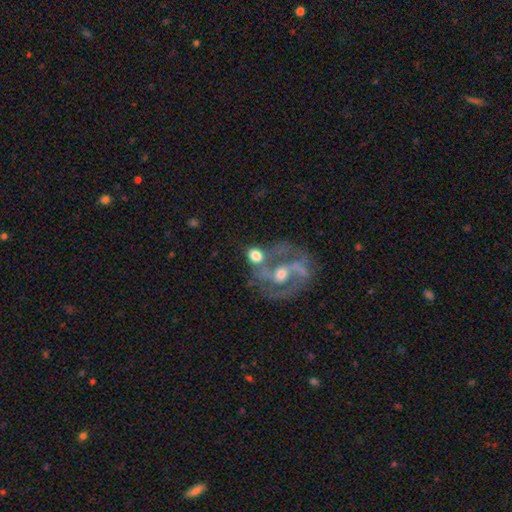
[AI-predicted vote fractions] Q: Smooth or featured?
A: smooth (50%); runner-up: featured or disk (41%)
Q: How rounded?
A: round (58%); runner-up: in between (40%)
Q: Merging?
A: none (40%); runner-up: merger (34%)